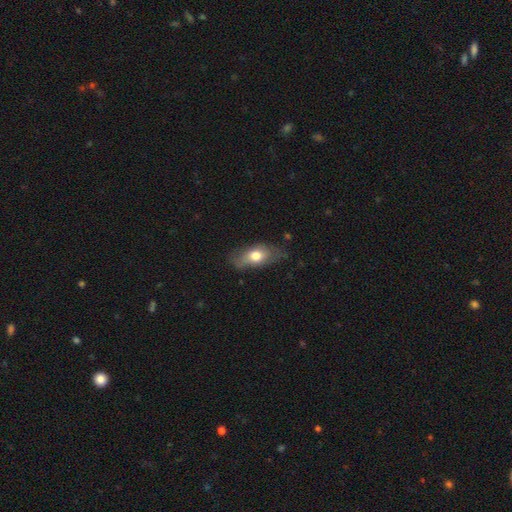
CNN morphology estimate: This is likely a smooth galaxy (65%). How rounded: clearly in between (83%). Merging: likely none (63%).